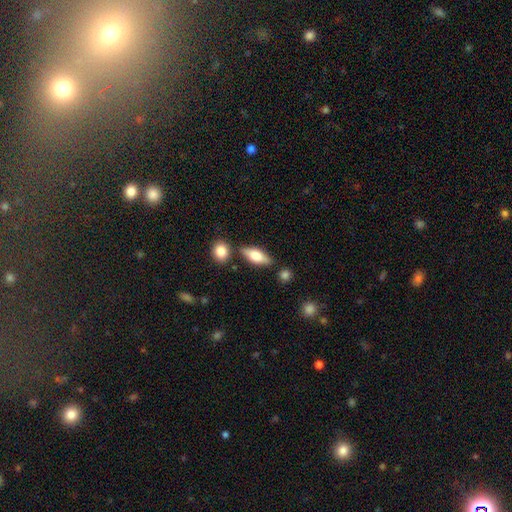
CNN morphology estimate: This appears to be a smooth galaxy with no disk features (63%) that is in between round and cigar-shaped (70%). Merging: none (78%).